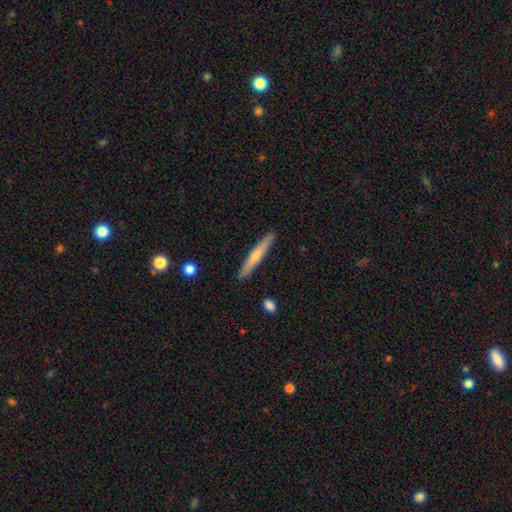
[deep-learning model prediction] Smooth or featured? Predicted: smooth (p=0.57). How rounded? Predicted: cigar-shaped (p=0.95). Merging? Predicted: none (p=0.90).